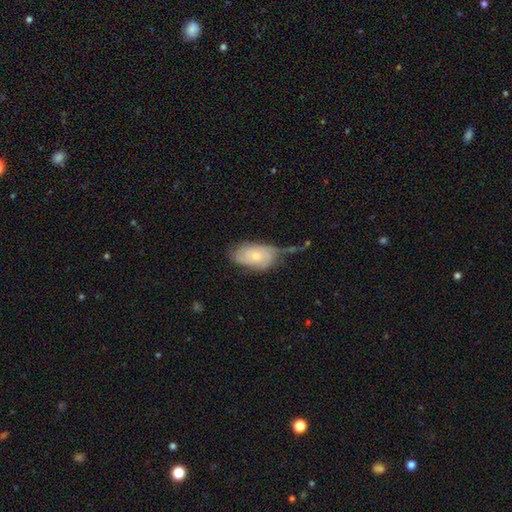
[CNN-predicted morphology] Overall: featured or disk (62%; smooth 31%). Edge-on disk: no (95%). Bar: no (77%). Spiral arms: yes (85%). Spiral arm count: can't tell (37%; 2 35%). Spiral winding: tight (53%; medium 31%). Bulge size: small (54%; moderate 40%). Merging: none (36%; minor disturbance 31%).